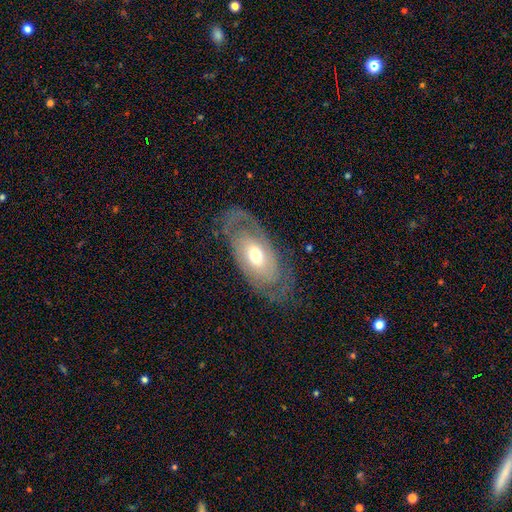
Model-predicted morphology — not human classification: This appears to be a featured or disk galaxy (64%) with no bar (71%), spiral arms (65%) and a moderate central bulge (68%). Merging: none (69%).